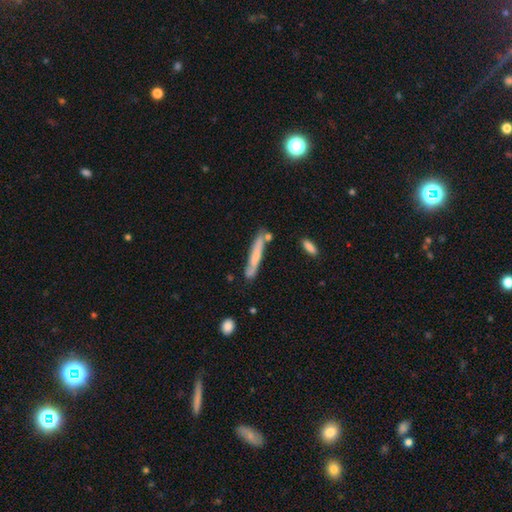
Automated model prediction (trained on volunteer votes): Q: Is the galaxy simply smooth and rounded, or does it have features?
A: smooth — 52%.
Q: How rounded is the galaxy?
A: cigar-shaped — 94%.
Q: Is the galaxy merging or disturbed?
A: none — 72%.